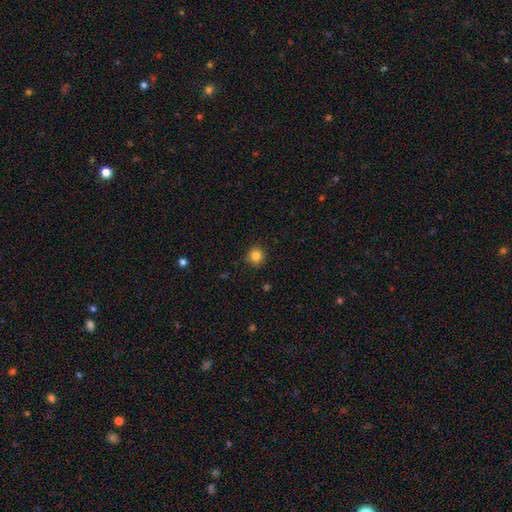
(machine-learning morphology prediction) smooth_or_featured: smooth (p=0.84) [alt: star or artifact p=0.11]
how_rounded: round (p=0.91) [alt: in between p=0.08]
merging: none (p=0.89) [alt: minor disturbance p=0.08]